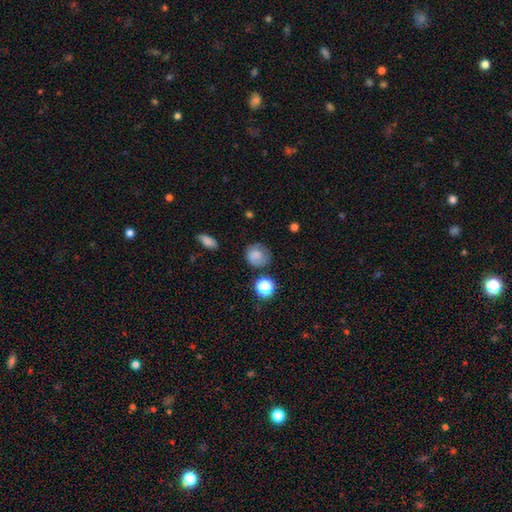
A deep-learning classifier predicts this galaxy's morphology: This appears to be a smooth galaxy with no disk features (72%) that is round (77%). Merging: none (65%).